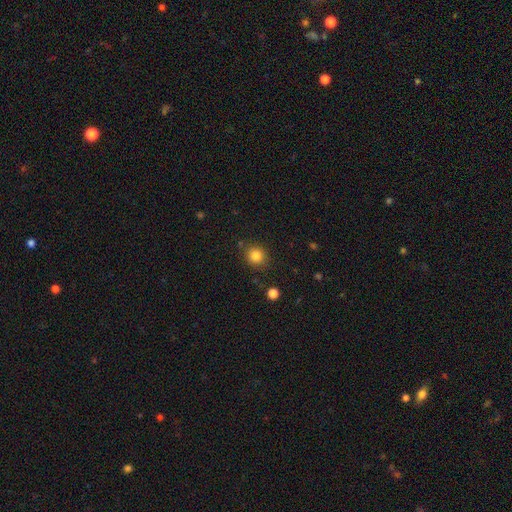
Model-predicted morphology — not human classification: Smooth or featured: smooth — 84% (star or artifact — 11%)
How rounded: round — 84% (in between — 15%)
Merging: none — 83% (minor disturbance — 11%)